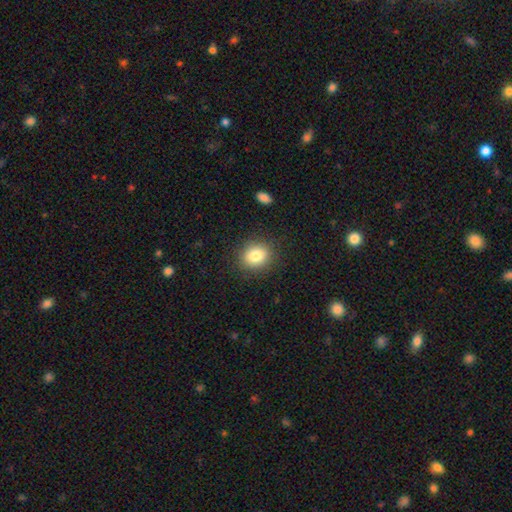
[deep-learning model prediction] The model was most divided on "how rounded": round: 65%, in between: 34%, cigar-shaped: 1%. More confident: merging — none (88%); smooth or featured — smooth (83%).